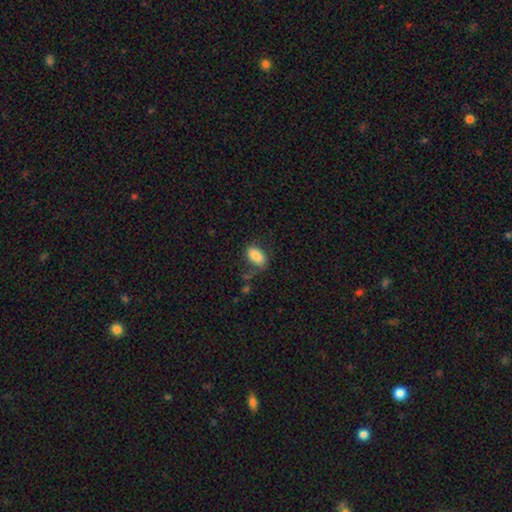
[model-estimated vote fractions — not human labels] A smooth galaxy with no disk features (82%) that is in between round and cigar-shaped (92%).

Vote fractions:
- Smooth or featured? smooth: 82% / featured or disk: 11% / star or artifact: 8%
- How rounded? in between: 92% / round: 5% / cigar-shaped: 3%
- Merging? none: 63% / minor disturbance: 22% / major disturbance: 11% / merger: 4%